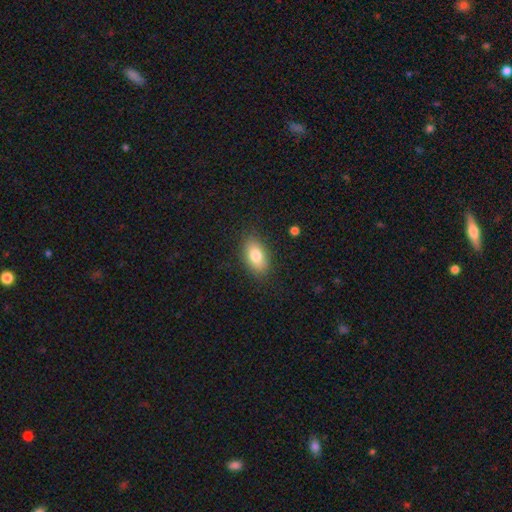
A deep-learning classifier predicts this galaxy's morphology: smooth-or-featured: smooth: 80% | featured or disk: 12% | star or artifact: 8%
  how-rounded: in between: 90% | round: 7% | cigar-shaped: 4%
  merging: none: 85% | minor disturbance: 11% | major disturbance: 3% | merger: 1%